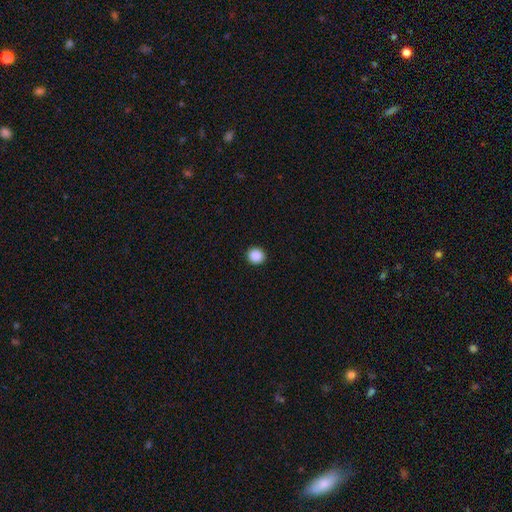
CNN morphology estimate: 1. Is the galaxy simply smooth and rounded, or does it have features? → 89% smooth, 9% star or artifact, 2% featured or disk.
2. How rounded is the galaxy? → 91% round, 8% in between, 1% cigar-shaped.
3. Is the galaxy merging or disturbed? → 93% none, 4% minor disturbance, 1% major disturbance, 1% merger.